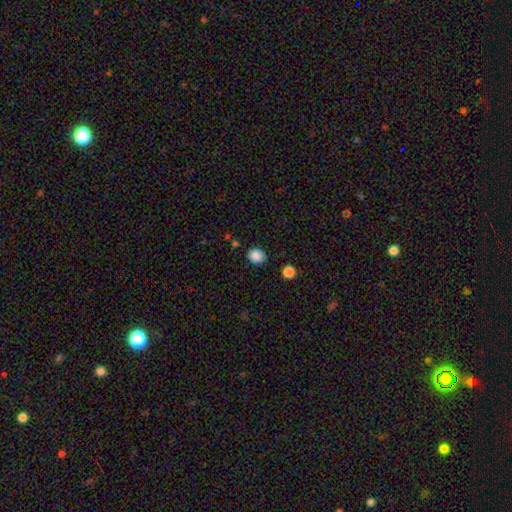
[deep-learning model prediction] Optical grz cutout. It shows a smooth galaxy with no disk features (87%) that is round (67%). Merging: none (83%).